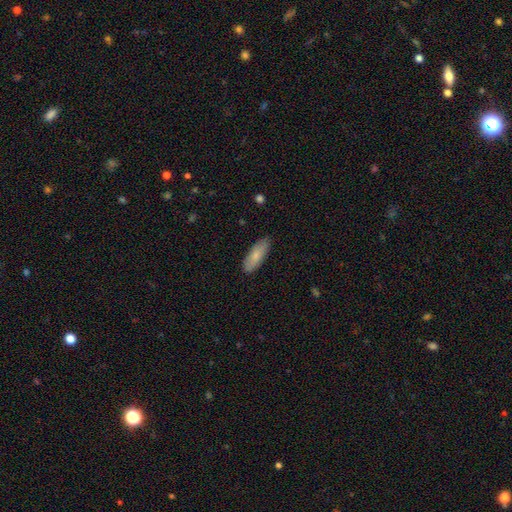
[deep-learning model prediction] smooth 79%, featured or disk 16%, star or artifact 6%. Down the decision tree: how rounded — in between (65%); merging — none (84%).